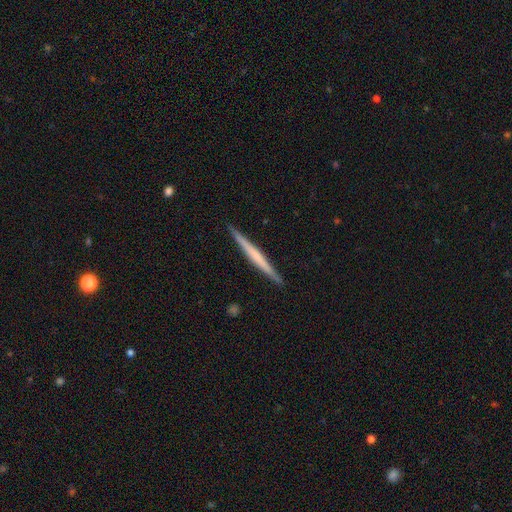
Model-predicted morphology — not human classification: Overall: featured or disk (57%; smooth 38%). Edge-on disk: yes (98%). Edge-on bulge: none (66%). Merging: none (92%).